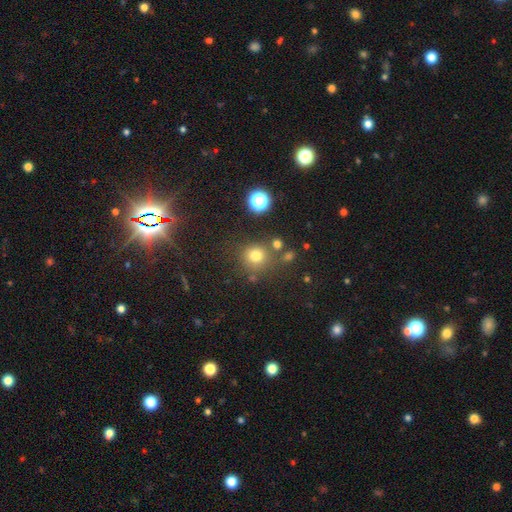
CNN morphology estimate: Smooth or featured? Predicted: smooth (p=0.74). How rounded? Predicted: round (p=0.91). Merging? Predicted: none (p=0.76).